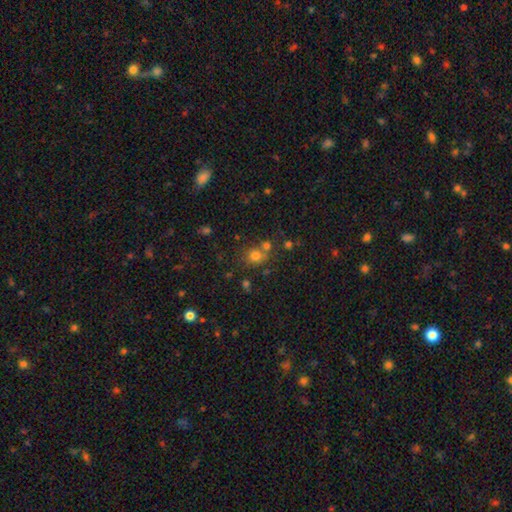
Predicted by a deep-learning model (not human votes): smooth 72%, star or artifact 18%, featured or disk 10%. Down the decision tree: how rounded — round (80%); merging — none (59%).